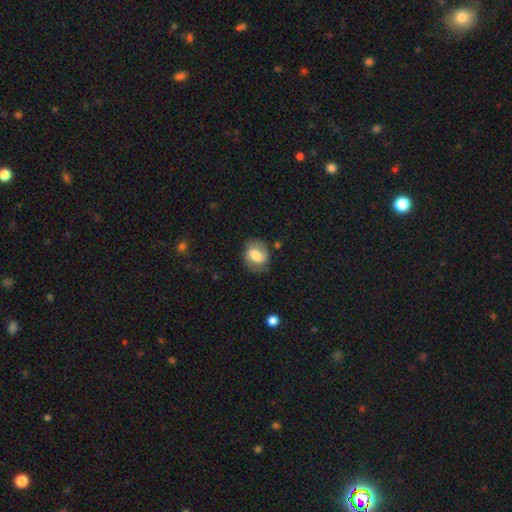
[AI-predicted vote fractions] This appears to be a smooth galaxy with no disk features (50%) that is in between round and cigar-shaped (55%). Merging: none (73%).